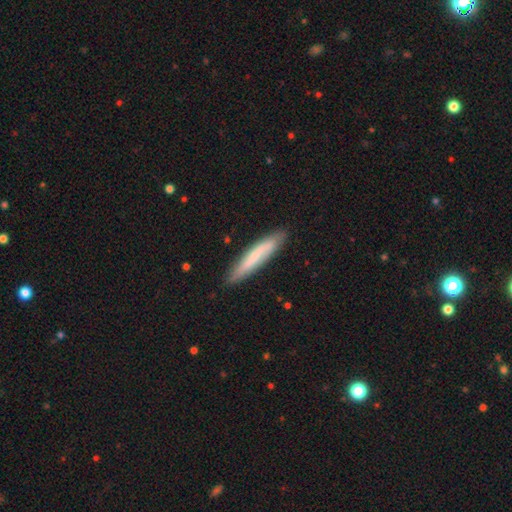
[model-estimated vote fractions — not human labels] This is possibly a smooth galaxy (59%). How rounded: clearly cigar-shaped (90%). Merging: clearly none (85%).